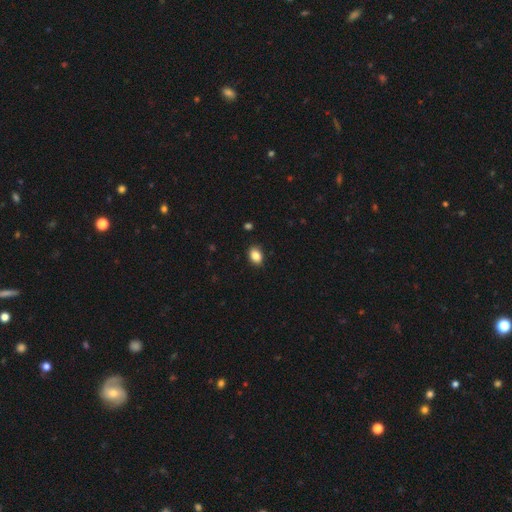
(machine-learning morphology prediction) type=smooth (86%); roundness=in between (77%); merging=none (87%).